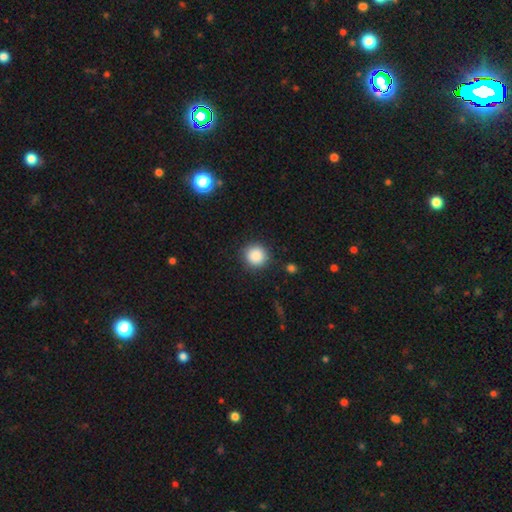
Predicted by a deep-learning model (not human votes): A smooth galaxy with no disk features (88%) that is round (93%). Merging: none (89%).